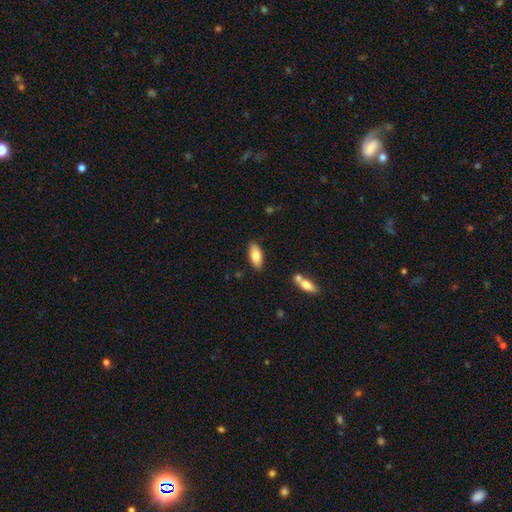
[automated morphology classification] smooth 78%, featured or disk 16%, star or artifact 6%. Down the decision tree: how rounded — in between (83%); merging — none (84%).